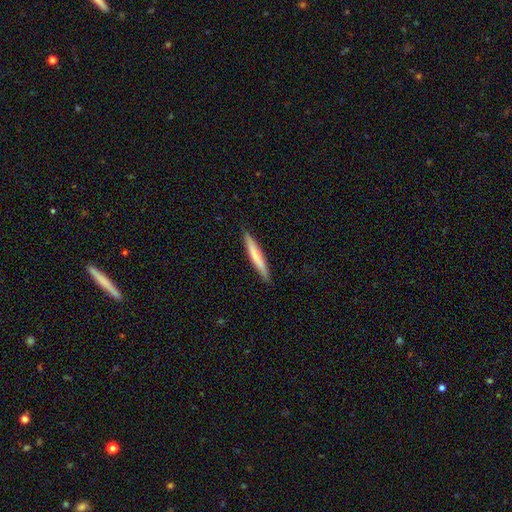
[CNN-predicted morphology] smooth_or_featured: smooth (p=0.64) [alt: featured or disk p=0.30]
how_rounded: cigar-shaped (p=0.95) [alt: in between p=0.04]
merging: none (p=0.88) [alt: minor disturbance p=0.09]